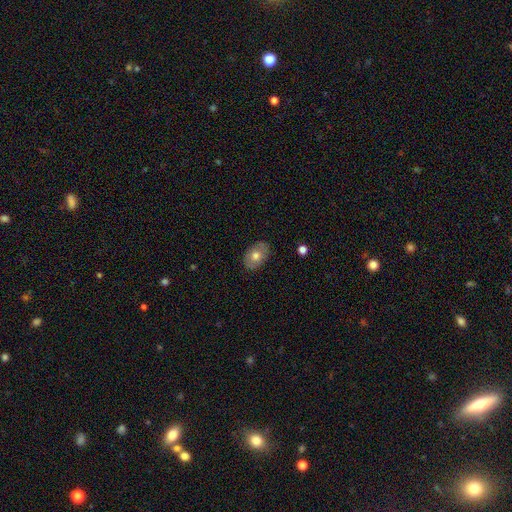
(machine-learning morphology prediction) Smooth or featured: smooth — 62% (featured or disk — 30%)
How rounded: in between — 79% (round — 20%)
Merging: none — 83% (minor disturbance — 13%)